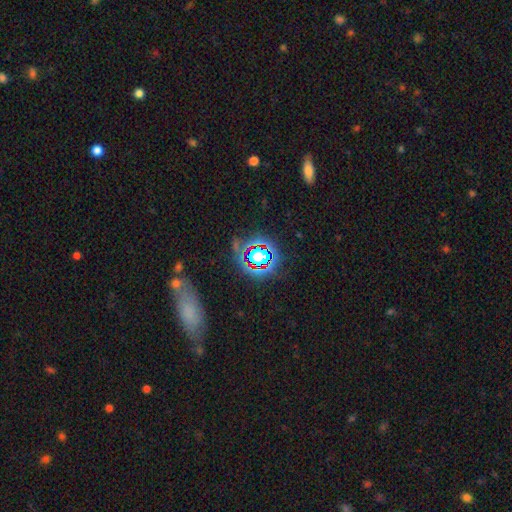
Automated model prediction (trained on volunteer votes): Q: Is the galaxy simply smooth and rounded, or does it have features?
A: star or artifact — 63%.